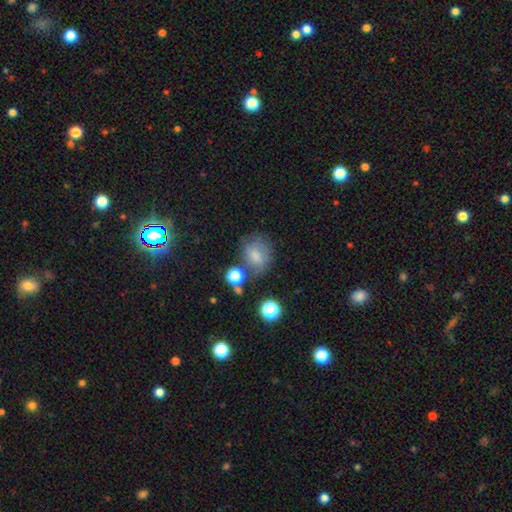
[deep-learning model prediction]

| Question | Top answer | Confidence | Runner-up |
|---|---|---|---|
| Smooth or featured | smooth | 69% | featured or disk (18%) |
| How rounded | round | 53% | in between (46%) |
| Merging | none | 53% | minor disturbance (23%) |